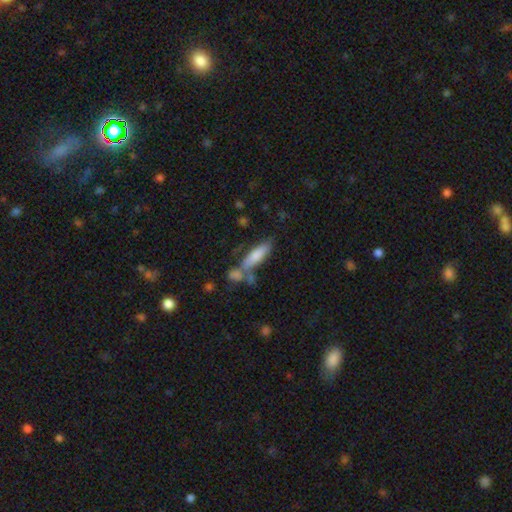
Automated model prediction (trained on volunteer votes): smooth 65%, featured or disk 26%, star or artifact 9%. Down the decision tree: how rounded — cigar-shaped (64%); merging — none (56%).